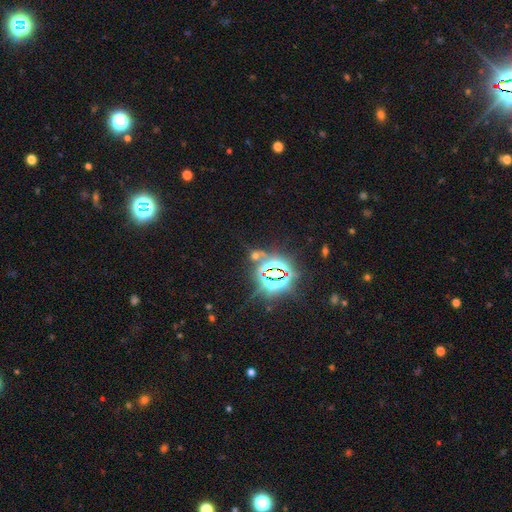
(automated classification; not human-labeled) Smooth or featured? Predicted: star or artifact (p=0.83).